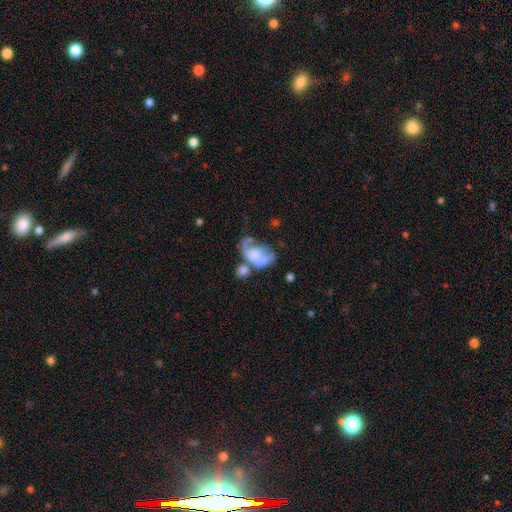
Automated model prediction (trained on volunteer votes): Smooth or featured? featured or disk (50%)
Merging? merger (37%)